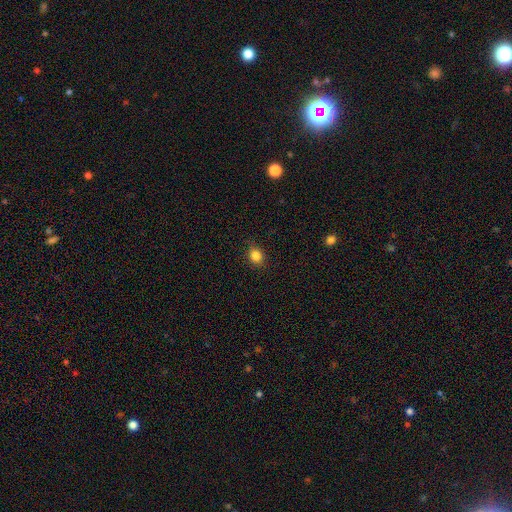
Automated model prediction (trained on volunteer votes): Smooth or featured?
  - smooth: 85% *
  - star or artifact: 11%
  - featured or disk: 4%
How rounded?
  - round: 66% *
  - in between: 33%
  - cigar-shaped: 1%
Merging?
  - none: 86% *
  - minor disturbance: 11%
  - major disturbance: 2%
  - merger: 1%